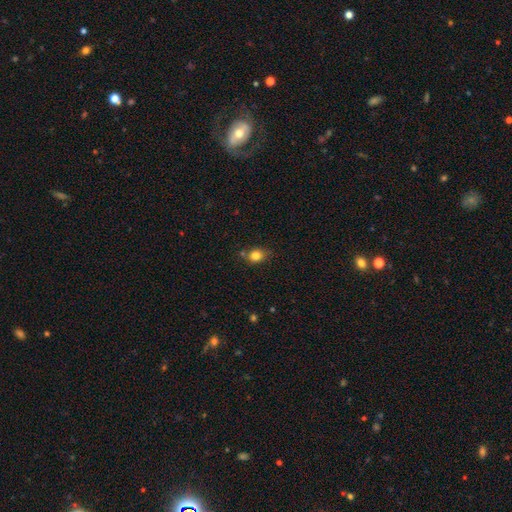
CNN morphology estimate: Smooth or featured?
  - smooth: 82% *
  - star or artifact: 11%
  - featured or disk: 7%
How rounded?
  - round: 50% *
  - in between: 49%
  - cigar-shaped: 1%
Merging?
  - none: 69% *
  - minor disturbance: 19%
  - merger: 8%
  - major disturbance: 4%